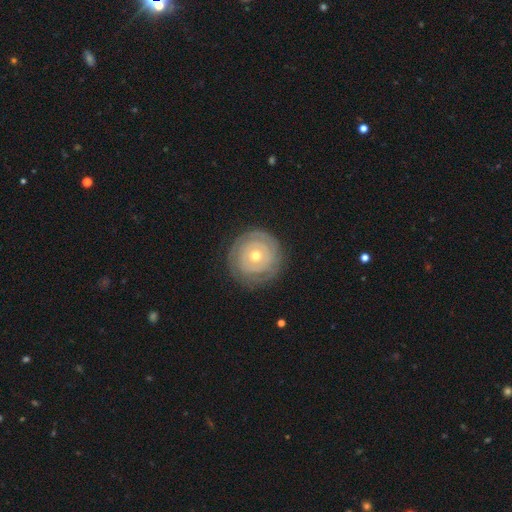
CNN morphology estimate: Smooth or featured: featured or disk — 75% (smooth — 19%)
Edge-on disk: no — 97% (yes — 3%)
Bar: no — 84% (weak — 12%)
Spiral arms: yes — 80% (no — 20%)
Spiral winding: tight — 88% (medium — 9%)
Spiral arm count: can't tell — 41% (2 — 29%)
Bulge size: moderate — 56% (small — 40%)
Merging: none — 83% (minor disturbance — 12%)